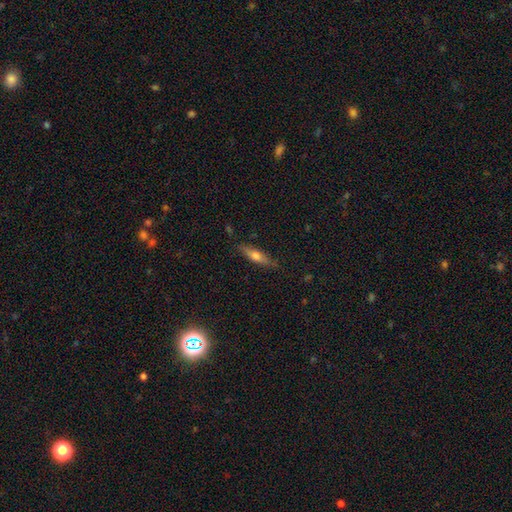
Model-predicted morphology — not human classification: A smooth galaxy with no disk features (48%). Merging: none (83%).